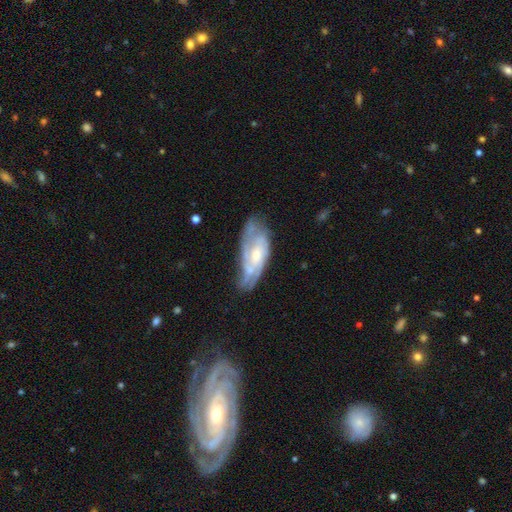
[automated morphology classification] Smooth or featured?
  - featured or disk: 78% *
  - smooth: 16%
  - star or artifact: 6%
Edge-on disk?
  - no: 91% *
  - yes: 9%
Bar?
  - no: 65% *
  - weak: 29%
  - strong: 6%
Spiral arms?
  - yes: 89% *
  - no: 11%
Spiral winding?
  - tight: 51% *
  - medium: 37%
  - loose: 12%
Spiral arm count?
  - can't tell: 40% *
  - 3: 21%
  - 2: 20%
  - 4: 10%
  - 1: 4%
  - more than 4: 4%
Bulge size?
  - small: 58% *
  - moderate: 36%
  - none: 3%
  - large: 2%
  - dominant: 1%
Merging?
  - none: 57% *
  - minor disturbance: 26%
  - major disturbance: 12%
  - merger: 4%